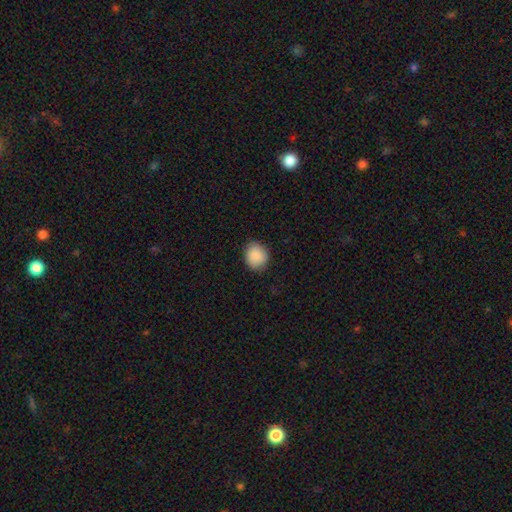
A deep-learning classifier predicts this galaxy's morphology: Smooth or featured: smooth — 89% (star or artifact — 7%)
How rounded: round — 70% (in between — 29%)
Merging: none — 85% (minor disturbance — 12%)